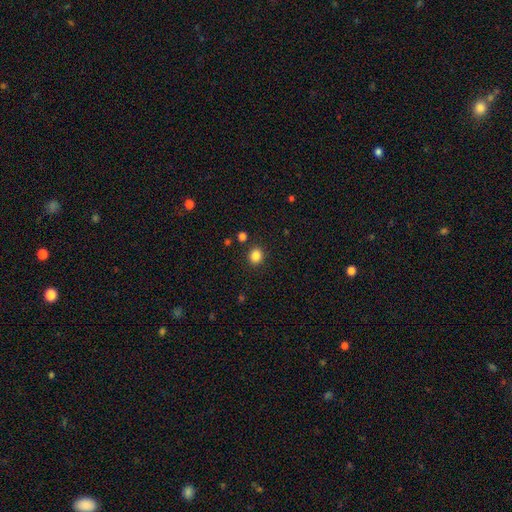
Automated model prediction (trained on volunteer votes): Smooth or featured? Predicted: smooth (p=0.85). How rounded? Predicted: round (p=0.72). Merging? Predicted: none (p=0.88).